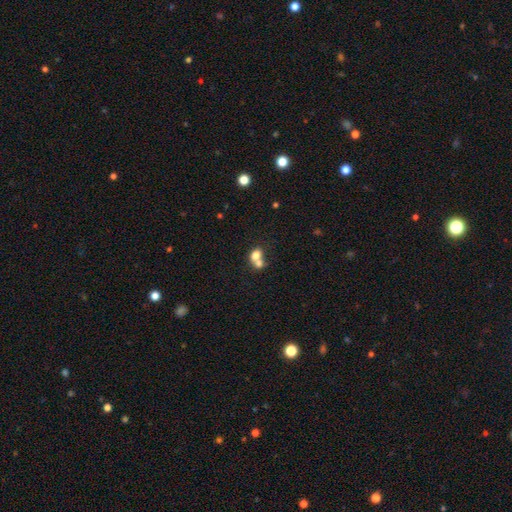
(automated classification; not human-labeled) This is likely a smooth galaxy (73%). How rounded: possibly in between (54%). Merging: likely merger (65%).